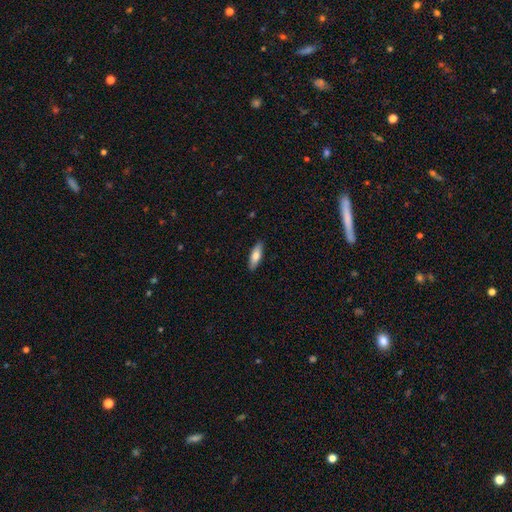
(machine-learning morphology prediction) smooth_or_featured: smooth (p=0.74) [alt: featured or disk p=0.20]
how_rounded: in between (p=0.58) [alt: cigar-shaped p=0.40]
merging: none (p=0.89) [alt: minor disturbance p=0.08]